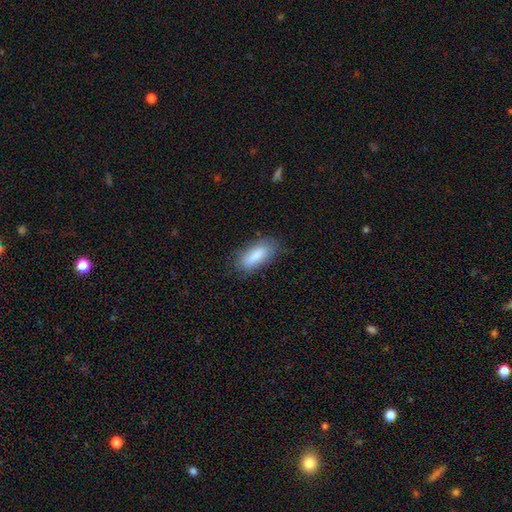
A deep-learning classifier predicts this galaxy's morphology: smooth_or_featured: smooth (p=0.83) [alt: featured or disk p=0.10]
how_rounded: in between (p=0.80) [alt: cigar-shaped p=0.18]
merging: none (p=0.78) [alt: minor disturbance p=0.16]